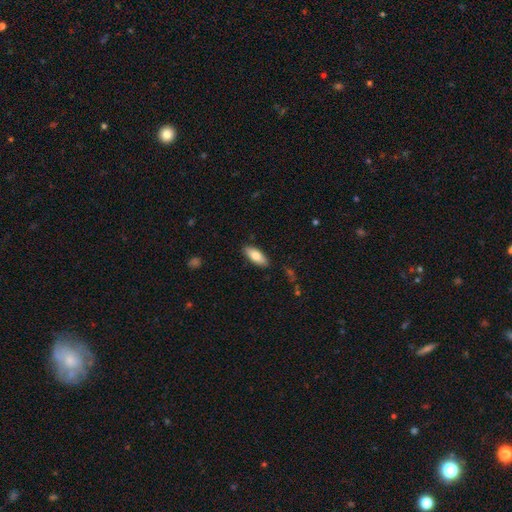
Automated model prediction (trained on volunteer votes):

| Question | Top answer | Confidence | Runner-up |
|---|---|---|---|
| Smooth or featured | smooth | 77% | featured or disk (17%) |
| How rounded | in between | 78% | cigar-shaped (20%) |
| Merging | none | 88% | minor disturbance (9%) |